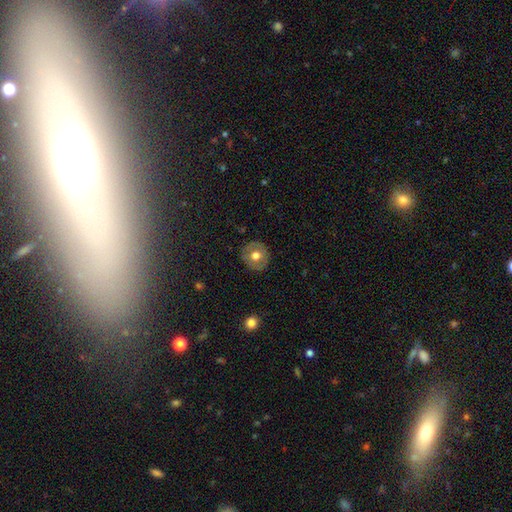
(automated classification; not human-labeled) Smooth or featured: smooth — 59% (featured or disk — 34%)
How rounded: round — 88% (in between — 11%)
Merging: none — 87% (minor disturbance — 9%)